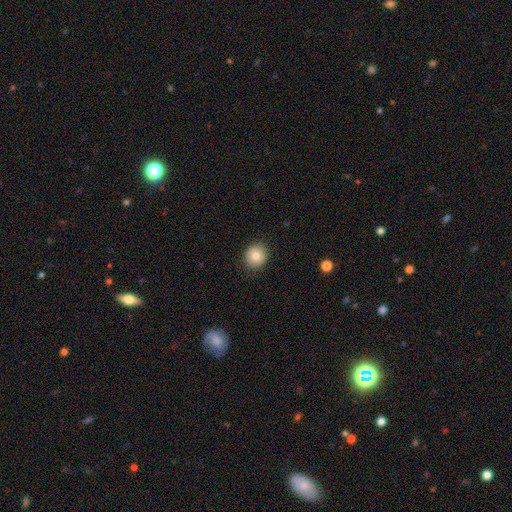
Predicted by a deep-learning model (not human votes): Q: Smooth or featured?
A: smooth (81%); runner-up: featured or disk (10%)
Q: How rounded?
A: round (85%); runner-up: in between (14%)
Q: Merging?
A: none (89%); runner-up: minor disturbance (8%)